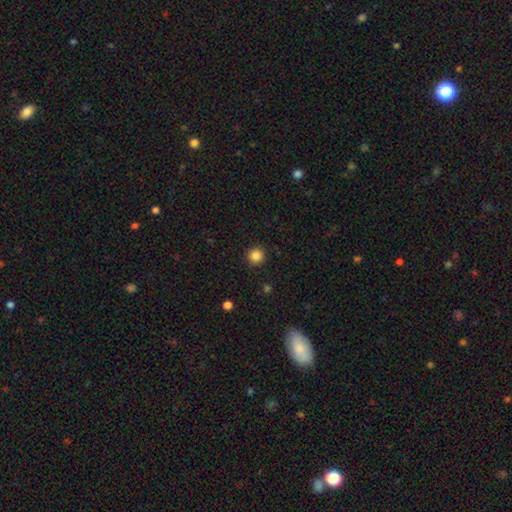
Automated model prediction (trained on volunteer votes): The model was most divided on "smooth or featured": smooth: 85%, star or artifact: 11%, featured or disk: 4%. More confident: how rounded — round (96%); merging — none (92%).